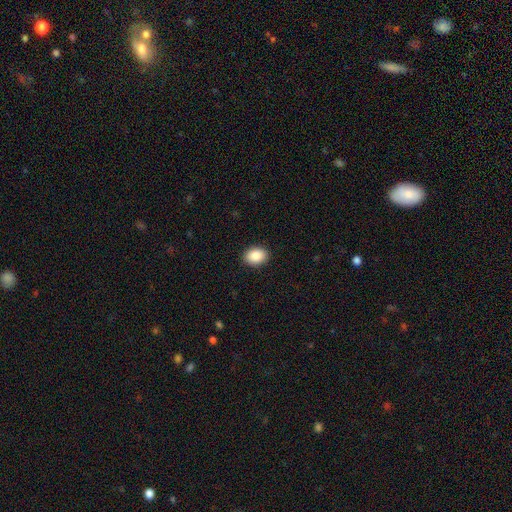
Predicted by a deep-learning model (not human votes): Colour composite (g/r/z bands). It shows a smooth galaxy with no disk features (88%) that is in between round and cigar-shaped (72%). Merging: none (91%).